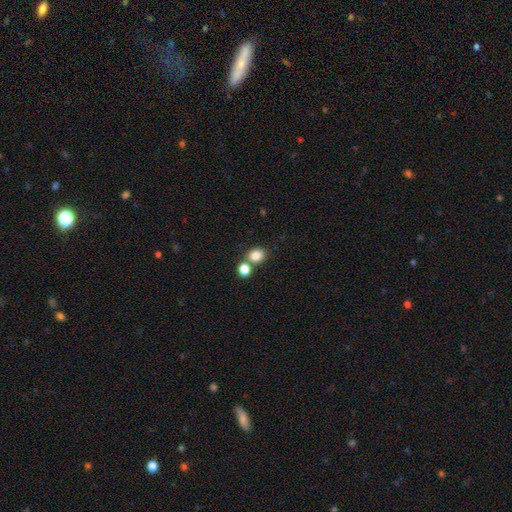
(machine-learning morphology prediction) This appears to be a smooth galaxy with no disk features (83%) that is round (61%). Merging: none (59%).